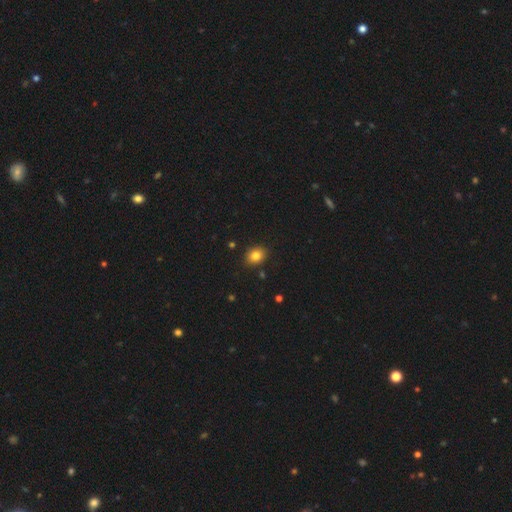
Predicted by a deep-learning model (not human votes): Smooth or featured? smooth (82%)
How rounded? round (54%)
Merging? none (88%)